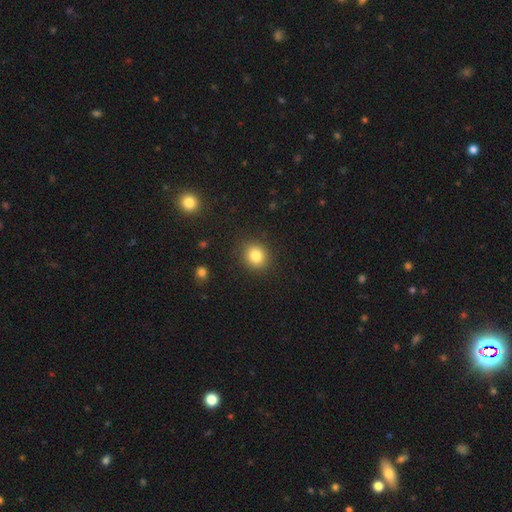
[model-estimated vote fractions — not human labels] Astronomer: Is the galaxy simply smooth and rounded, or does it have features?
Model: smooth — 83%.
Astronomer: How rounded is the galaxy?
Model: round — 80%.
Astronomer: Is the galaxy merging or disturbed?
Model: none — 89%.